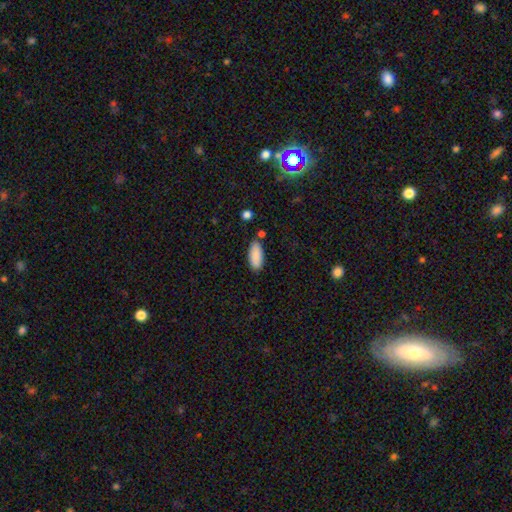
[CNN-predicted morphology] Smooth or featured: smooth — 89% (star or artifact — 6%)
How rounded: in between — 87% (cigar-shaped — 11%)
Merging: none — 81% (minor disturbance — 12%)